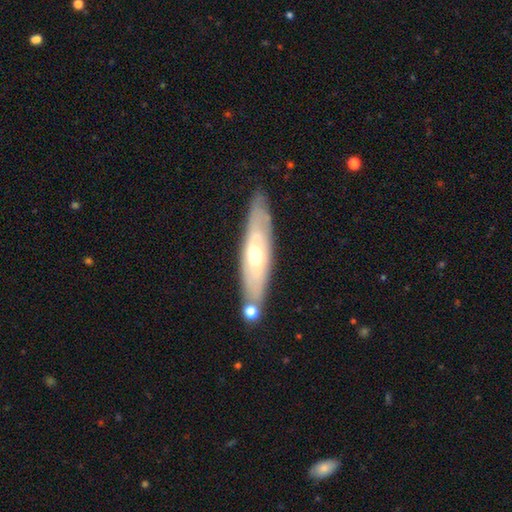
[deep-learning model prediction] A featured or disk galaxy (63%). Merging: none (78%).